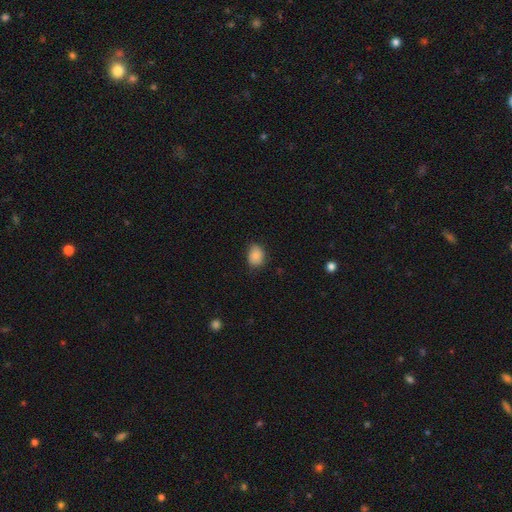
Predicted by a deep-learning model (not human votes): smooth 86%, star or artifact 8%, featured or disk 6%. Down the decision tree: how rounded — in between (58%); merging — none (72%).